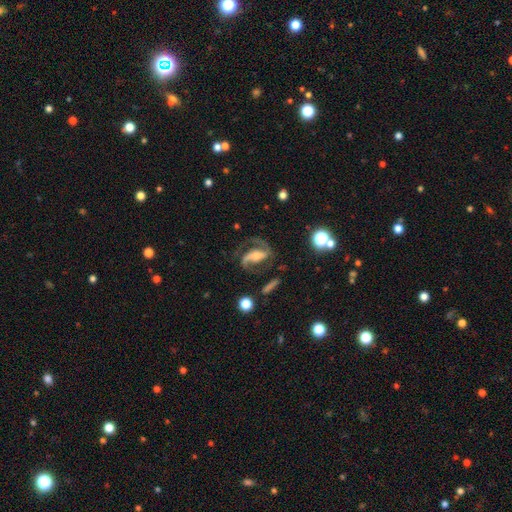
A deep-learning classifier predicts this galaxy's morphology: Smooth or featured?
  - featured or disk: 89% *
  - smooth: 6%
  - star or artifact: 6%
Edge-on disk?
  - no: 97% *
  - yes: 3%
Bar?
  - strong: 46% *
  - weak: 31%
  - no: 23%
Spiral arms?
  - yes: 97% *
  - no: 3%
Spiral winding?
  - medium: 56% *
  - loose: 27%
  - tight: 16%
Spiral arm count?
  - 2: 91% *
  - 1: 3%
  - can't tell: 2%
  - 3: 2%
  - 4: 1%
  - more than 4: 1%
Bulge size?
  - small: 46% *
  - moderate: 43%
  - large: 6%
  - none: 4%
  - dominant: 2%
Merging?
  - none: 70% *
  - minor disturbance: 14%
  - major disturbance: 13%
  - merger: 3%